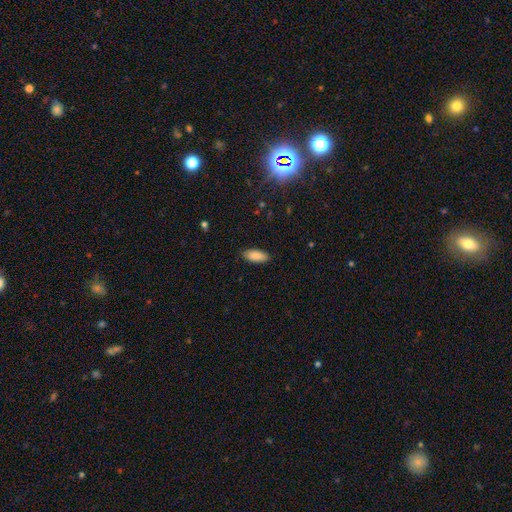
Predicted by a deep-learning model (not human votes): Smooth or featured? Predicted: smooth (p=0.88). How rounded? Predicted: in between (p=0.84). Merging? Predicted: none (p=0.87).